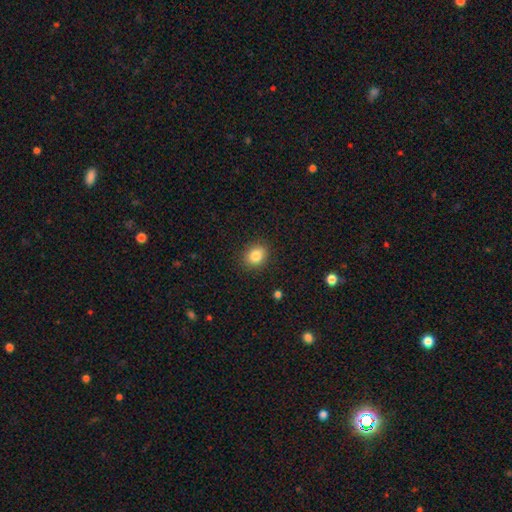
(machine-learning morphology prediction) The model was most divided on "how rounded": round: 52%, in between: 47%, cigar-shaped: 1%. More confident: merging — none (88%); smooth or featured — smooth (85%).